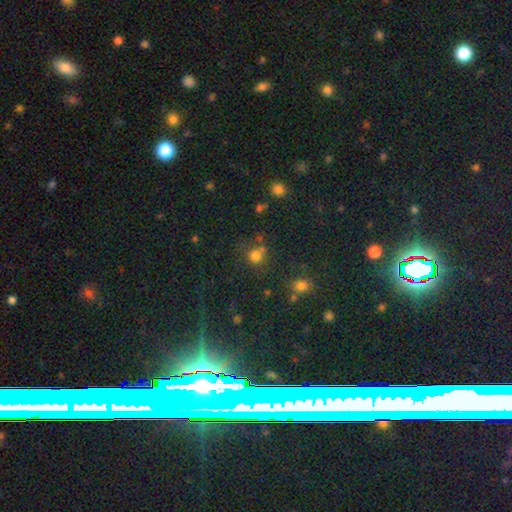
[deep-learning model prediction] Q: Smooth or featured?
A: smooth (73%); runner-up: star or artifact (20%)
Q: How rounded?
A: round (88%); runner-up: in between (11%)
Q: Merging?
A: none (67%); runner-up: merger (15%)